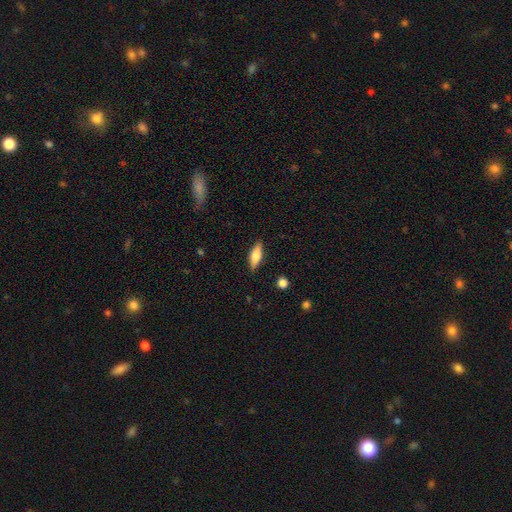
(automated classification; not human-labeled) A smooth galaxy with no disk features (62%) that is in between round and cigar-shaped (56%).

Vote fractions:
- Smooth or featured? smooth: 62% / featured or disk: 31% / star or artifact: 7%
- How rounded? in between: 56% / cigar-shaped: 41% / round: 3%
- Merging? none: 88% / minor disturbance: 9% / major disturbance: 2% / merger: 1%